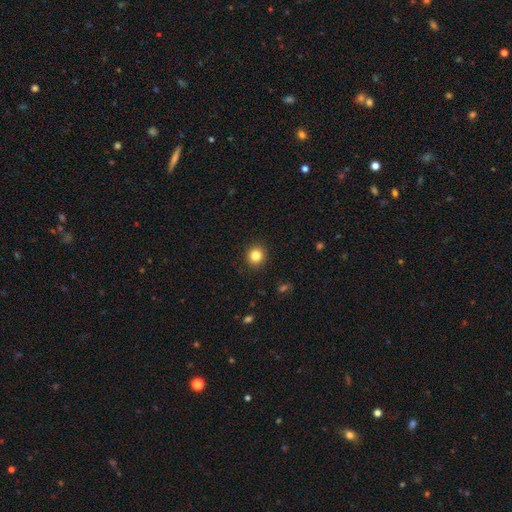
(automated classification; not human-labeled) A smooth galaxy with no disk features (84%) that is round (90%). Merging: none (91%).